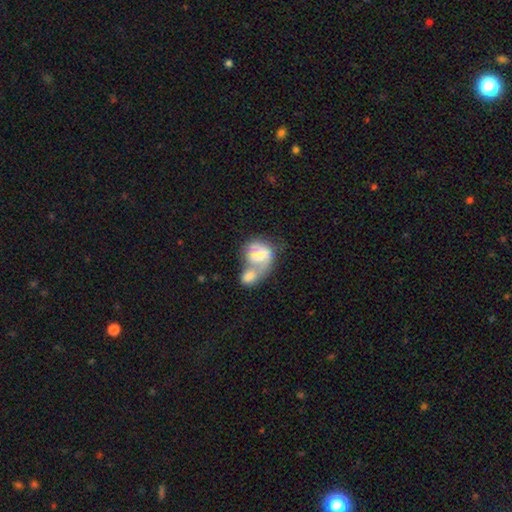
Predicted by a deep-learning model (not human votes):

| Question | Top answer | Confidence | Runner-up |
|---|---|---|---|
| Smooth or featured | smooth | 47% | featured or disk (40%) |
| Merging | merger | 64% | none (19%) |